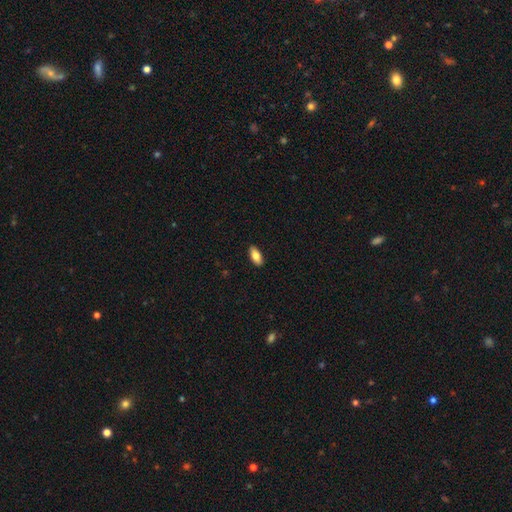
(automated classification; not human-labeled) Morphology: type=smooth (83%); roundness=in between (88%); merging=none (89%).